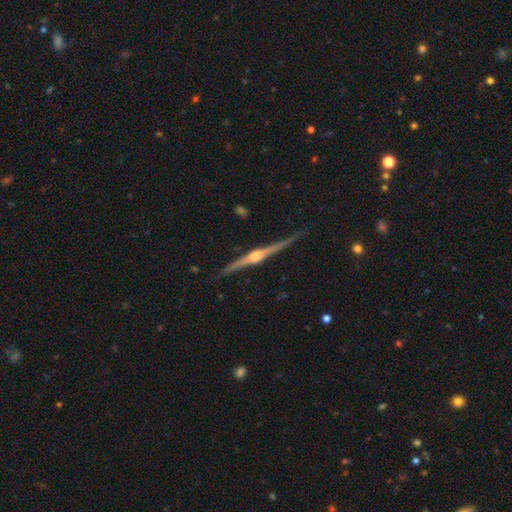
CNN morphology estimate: This appears to be a featured or disk galaxy (88%) viewed edge-on (98%) with a rounded central bulge (90%). Merging: none (86%).